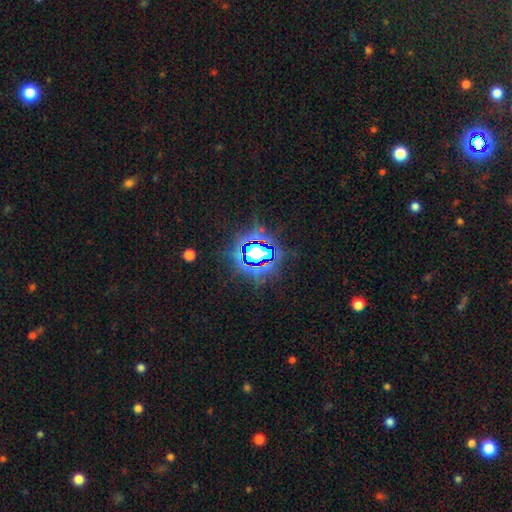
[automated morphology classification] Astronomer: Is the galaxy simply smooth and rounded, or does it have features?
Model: star or artifact — 80%.